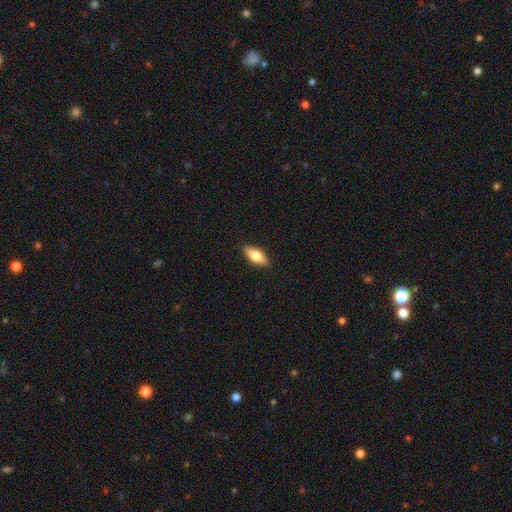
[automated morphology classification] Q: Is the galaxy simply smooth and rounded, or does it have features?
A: smooth — 75%.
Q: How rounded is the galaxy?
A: in between — 82%.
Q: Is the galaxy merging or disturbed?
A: none — 89%.